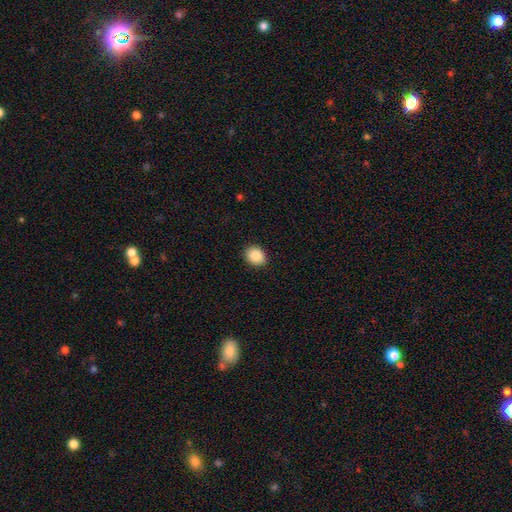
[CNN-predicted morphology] Q: Smooth or featured?
A: smooth (88%); runner-up: star or artifact (8%)
Q: How rounded?
A: in between (51%); runner-up: round (48%)
Q: Merging?
A: none (91%); runner-up: minor disturbance (7%)